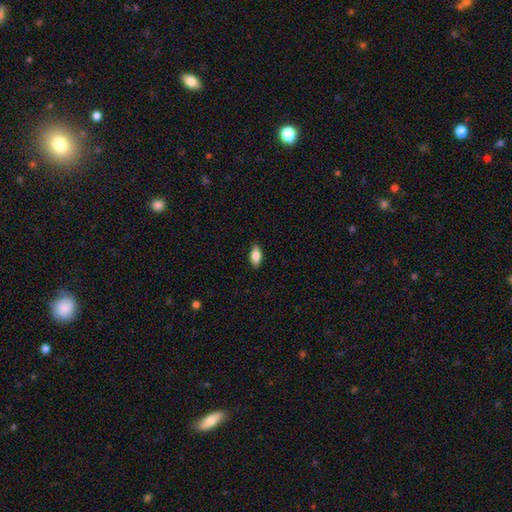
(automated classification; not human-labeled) Smooth or featured? smooth (83%)
How rounded? in between (88%)
Merging? none (88%)